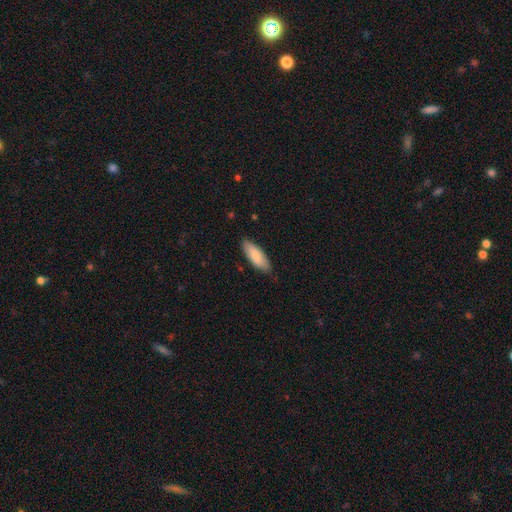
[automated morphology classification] smooth-or-featured: smooth: 85% | featured or disk: 10% | star or artifact: 5%
  how-rounded: in between: 69% | cigar-shaped: 30% | round: 2%
  merging: none: 82% | minor disturbance: 14% | major disturbance: 2% | merger: 1%